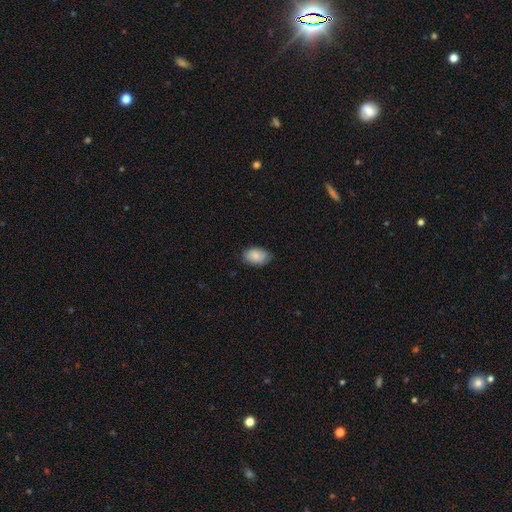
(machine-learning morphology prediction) Smooth or featured: smooth — 88% (star or artifact — 6%)
How rounded: in between — 90% (round — 9%)
Merging: none — 76% (minor disturbance — 20%)